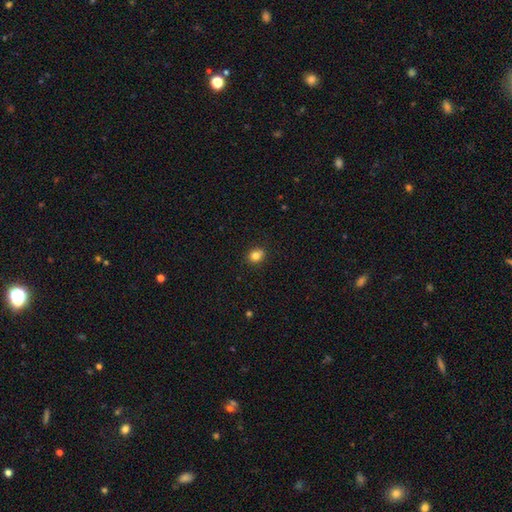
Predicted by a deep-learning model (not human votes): Smooth or featured? smooth (80%)
How rounded? round (68%)
Merging? none (80%)